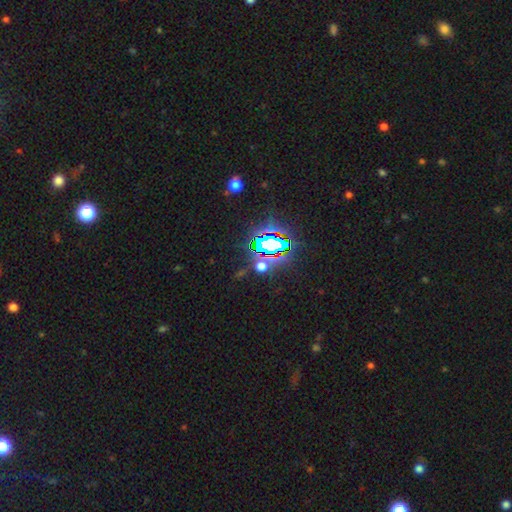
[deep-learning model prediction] This is clearly a star or artifact rather than a galaxy (81%).